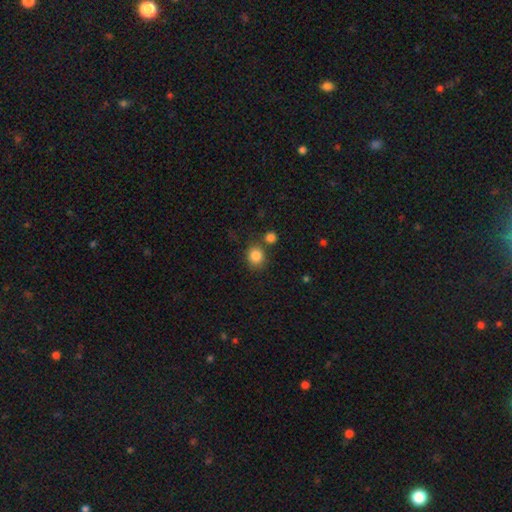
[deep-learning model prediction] The model was most divided on "how rounded": round: 81%, in between: 18%, cigar-shaped: 1%. More confident: smooth or featured — smooth (85%); merging — none (75%).